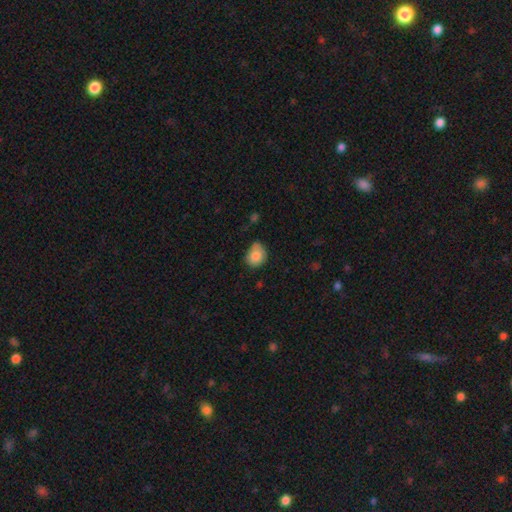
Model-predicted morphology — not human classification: A smooth galaxy with no disk features (83%) that is round (61%).

Vote fractions:
- Smooth or featured? smooth: 83% / star or artifact: 9% / featured or disk: 8%
- How rounded? round: 61% / in between: 38% / cigar-shaped: 1%
- Merging? none: 57% / minor disturbance: 32% / major disturbance: 6% / merger: 5%